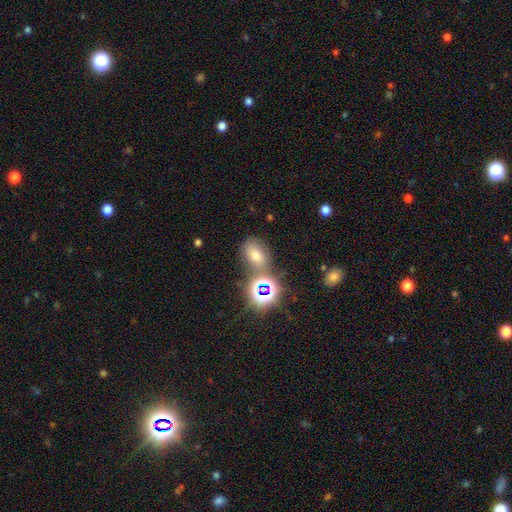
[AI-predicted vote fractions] This appears to be a smooth galaxy with no disk features (55%) that is in between round and cigar-shaped (69%). Merging: none (65%).